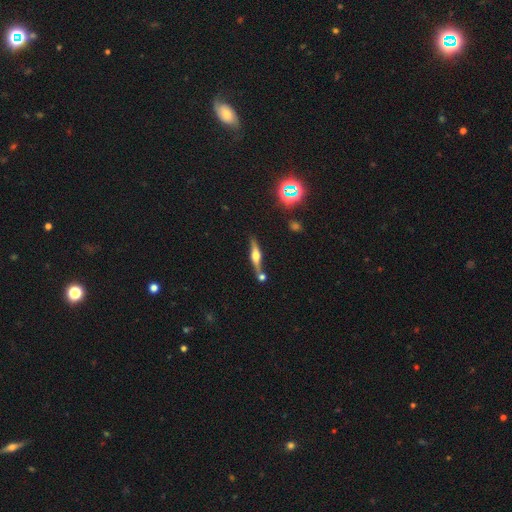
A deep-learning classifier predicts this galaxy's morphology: This appears to be a featured or disk galaxy (69%) viewed edge-on (94%) with a rounded central bulge (93%). Merging: none (67%).